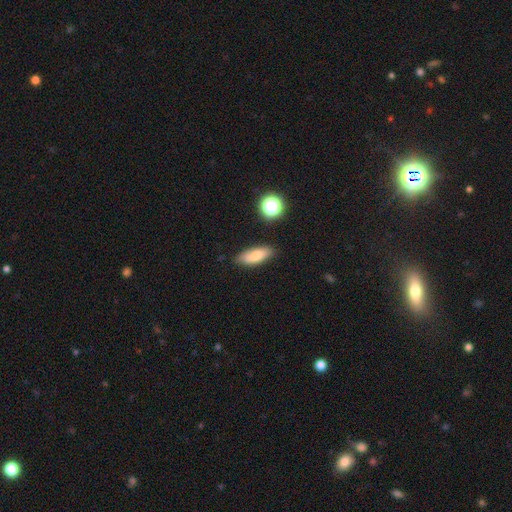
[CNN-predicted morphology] type=smooth (78%); roundness=in between (71%); merging=none (81%).